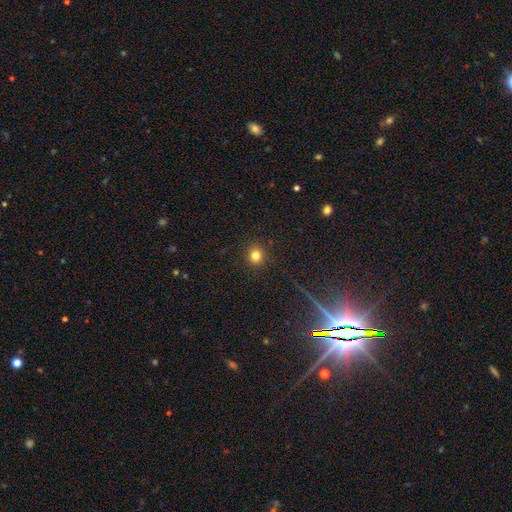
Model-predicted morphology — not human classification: This appears to be a smooth galaxy with no disk features (80%) that is round (91%). Merging: none (91%).